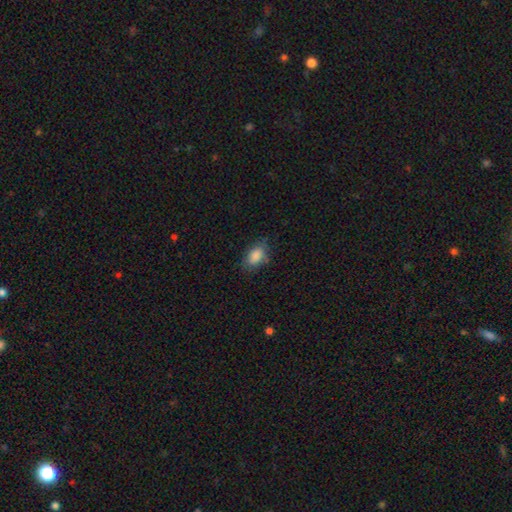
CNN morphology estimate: This appears to be a smooth galaxy with no disk features (86%) that is in between round and cigar-shaped (88%). Merging: none (72%).